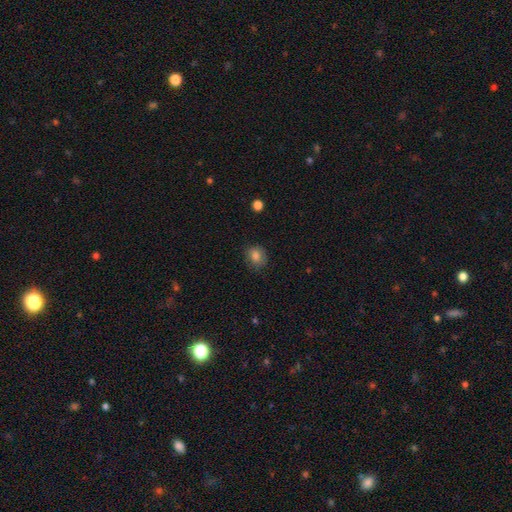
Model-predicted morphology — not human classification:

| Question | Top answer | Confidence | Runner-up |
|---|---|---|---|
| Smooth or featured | smooth | 82% | star or artifact (10%) |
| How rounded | round | 59% | in between (40%) |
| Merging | none | 78% | minor disturbance (17%) |